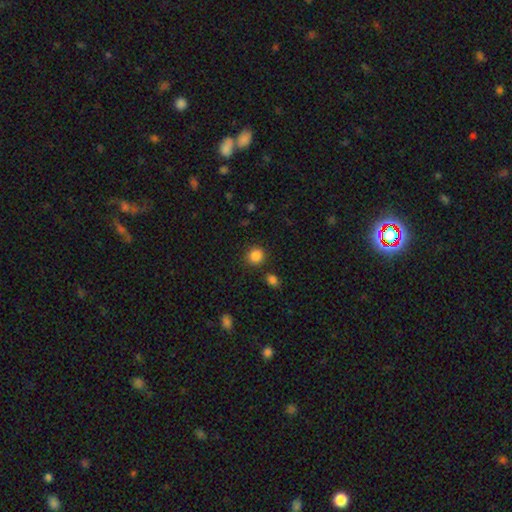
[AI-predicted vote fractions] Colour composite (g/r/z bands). It shows a smooth galaxy with no disk features (86%) that is round (89%). Merging: none (85%).